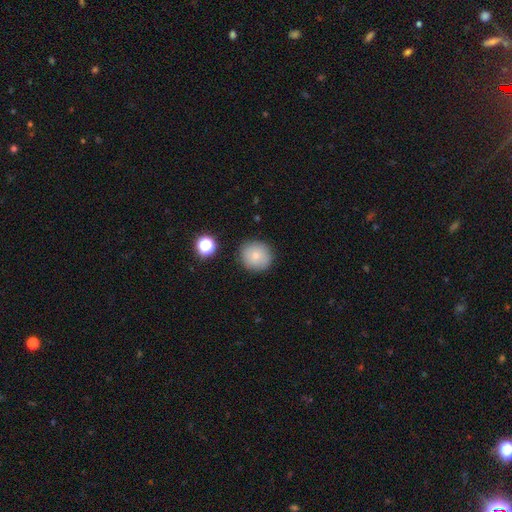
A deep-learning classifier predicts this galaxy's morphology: The model was most divided on "smooth or featured": smooth: 76%, featured or disk: 13%, star or artifact: 11%. More confident: how rounded — round (91%); merging — none (86%).